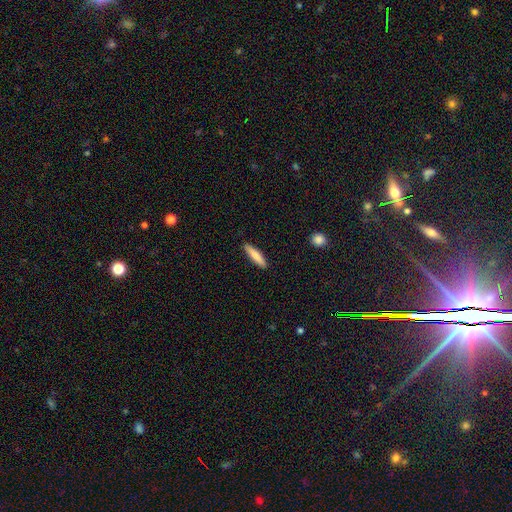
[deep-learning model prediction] Morphology: type=smooth (81%); roundness=cigar-shaped (83%); merging=none (89%).